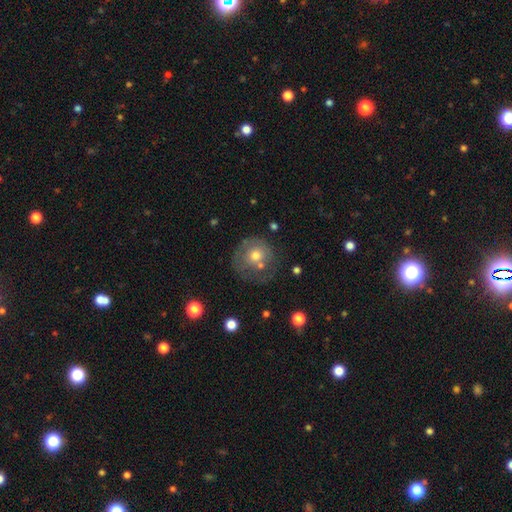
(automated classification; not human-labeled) This is possibly a smooth galaxy (53%). How rounded: clearly round (88%). Merging: possibly none (51%).